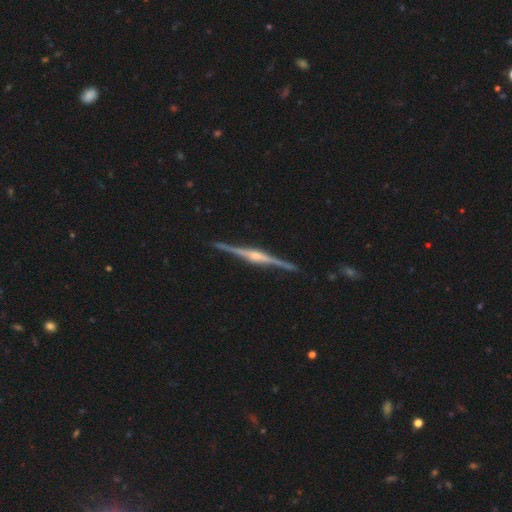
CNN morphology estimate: featured or disk 90%, smooth 5%, star or artifact 4%. Down the decision tree: edge-on disk — yes (99%); edge-on bulge — rounded (82%); merging — none (91%).